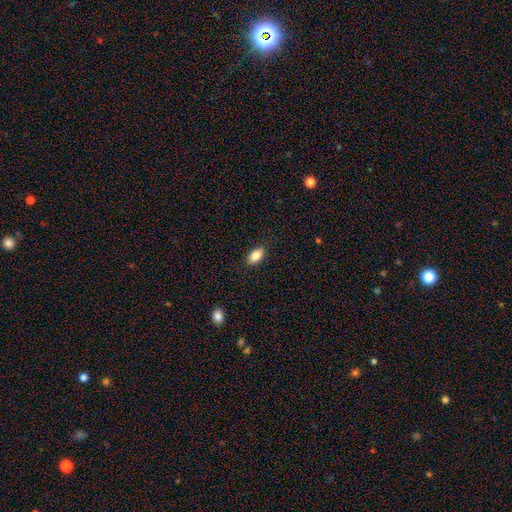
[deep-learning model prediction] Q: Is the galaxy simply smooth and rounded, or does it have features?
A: smooth — 86%.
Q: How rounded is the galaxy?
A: in between — 92%.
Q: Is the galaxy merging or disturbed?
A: none — 89%.